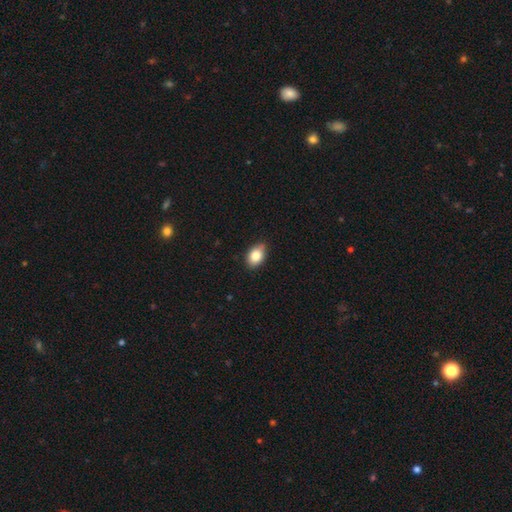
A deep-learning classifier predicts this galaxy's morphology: This is clearly a smooth galaxy (84%). How rounded: clearly in between (83%). Merging: likely none (78%).